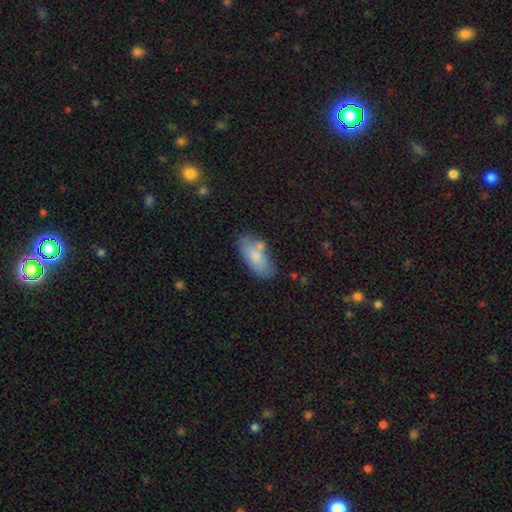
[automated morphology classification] Overall: smooth (77%). How rounded: in between (89%). Merging: none (63%).